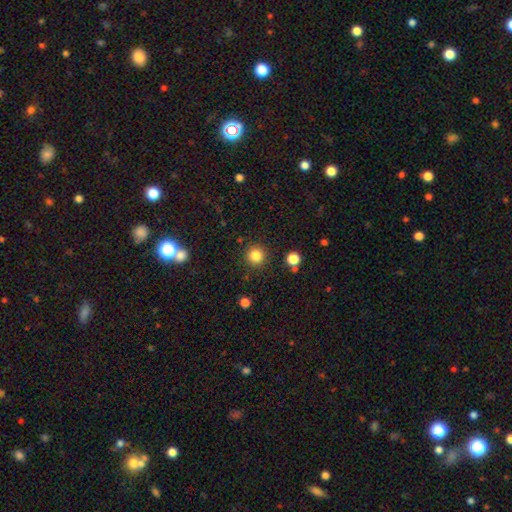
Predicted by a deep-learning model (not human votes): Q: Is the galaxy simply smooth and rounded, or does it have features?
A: smooth — 84%.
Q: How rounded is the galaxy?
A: round — 95%.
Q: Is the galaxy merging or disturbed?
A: none — 90%.